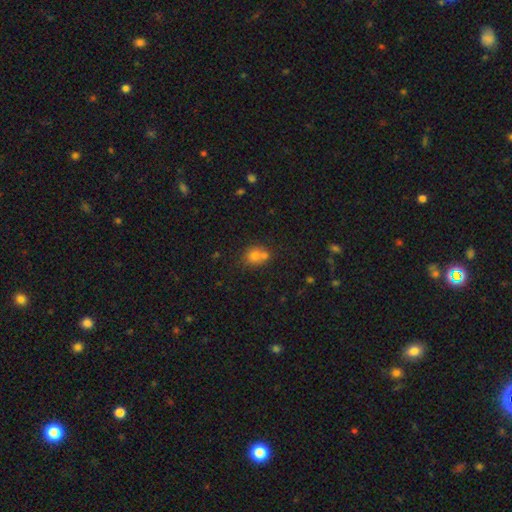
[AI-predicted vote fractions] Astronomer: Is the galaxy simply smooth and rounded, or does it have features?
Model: smooth — 72%.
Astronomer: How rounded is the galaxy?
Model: round — 72%.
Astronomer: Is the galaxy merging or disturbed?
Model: none — 45% (runner-up: merger, 42%).